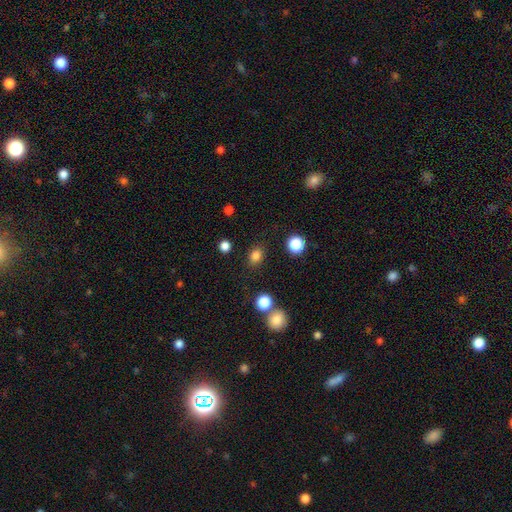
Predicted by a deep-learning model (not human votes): Q: Smooth or featured?
A: smooth (82%); runner-up: star or artifact (13%)
Q: How rounded?
A: in between (55%); runner-up: round (44%)
Q: Merging?
A: none (84%); runner-up: minor disturbance (10%)